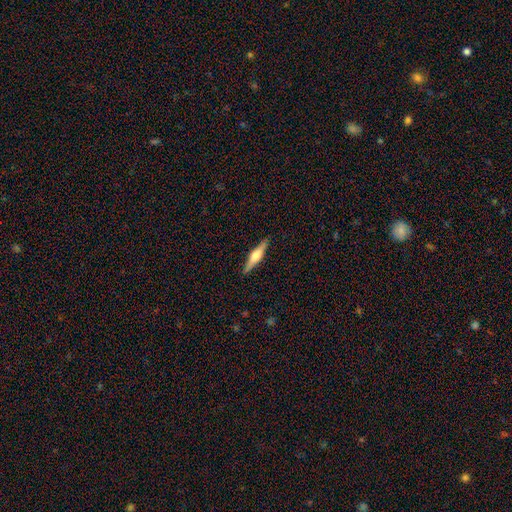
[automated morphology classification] type=featured or disk (63%); edge-on=yes (97%); edge-on bulge=rounded (88%); merging=none (90%).